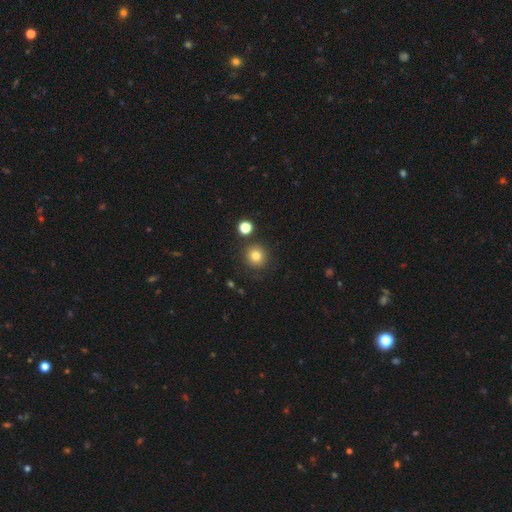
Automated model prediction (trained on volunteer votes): The model was most divided on "smooth or featured": smooth: 80%, star or artifact: 13%, featured or disk: 7%. More confident: how rounded — round (93%); merging — none (85%).